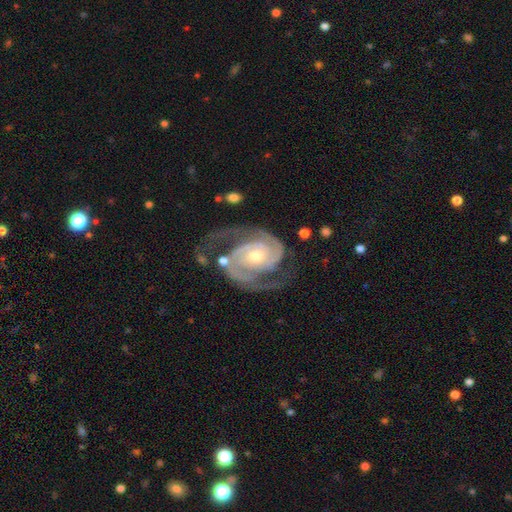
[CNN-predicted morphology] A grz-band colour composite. It shows a featured or disk galaxy (93%) with no bar (65%), 2 (91%) tight (49%) spiral arms (99%) and a moderate central bulge (56%). Merging: none (70%).